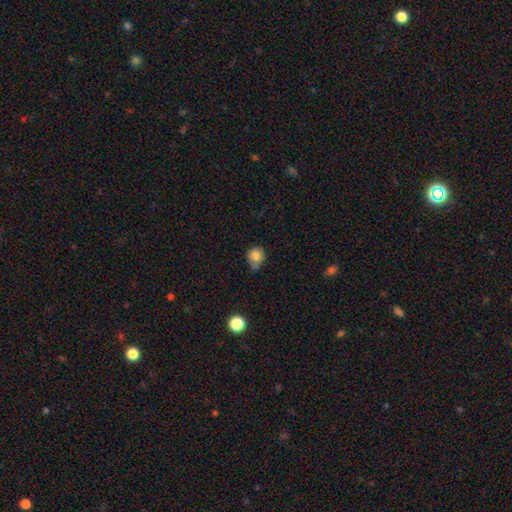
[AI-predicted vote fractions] smooth-or-featured: smooth: 80% | star or artifact: 10% | featured or disk: 9%
  how-rounded: round: 79% | in between: 20% | cigar-shaped: 1%
  merging: none: 49% | minor disturbance: 32% | merger: 11% | major disturbance: 8%